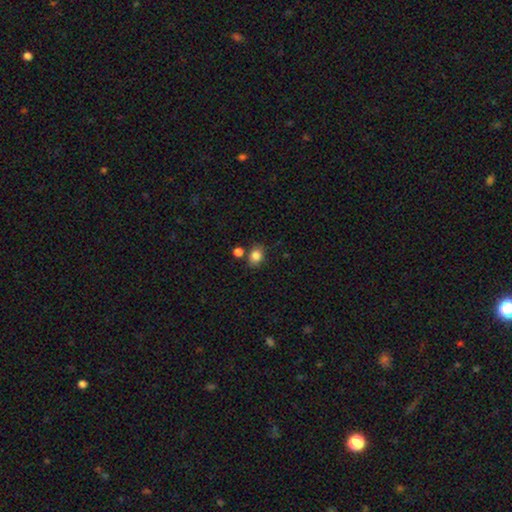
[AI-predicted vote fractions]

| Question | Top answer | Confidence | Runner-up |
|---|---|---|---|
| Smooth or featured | smooth | 84% | star or artifact (10%) |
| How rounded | round | 55% | in between (44%) |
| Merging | none | 72% | minor disturbance (13%) |